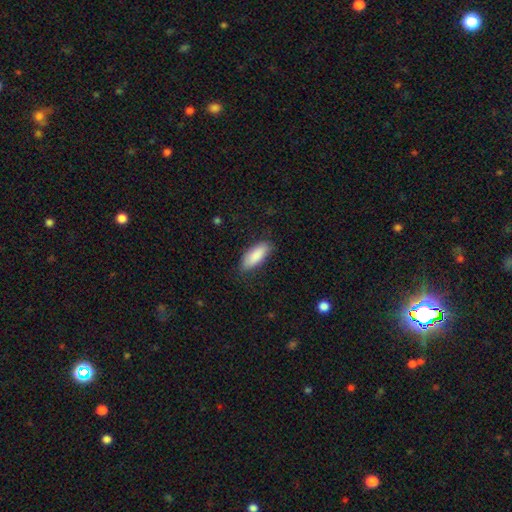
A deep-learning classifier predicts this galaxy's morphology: Smooth or featured: smooth — 87% (featured or disk — 7%)
How rounded: in between — 77% (cigar-shaped — 21%)
Merging: none — 81% (minor disturbance — 15%)